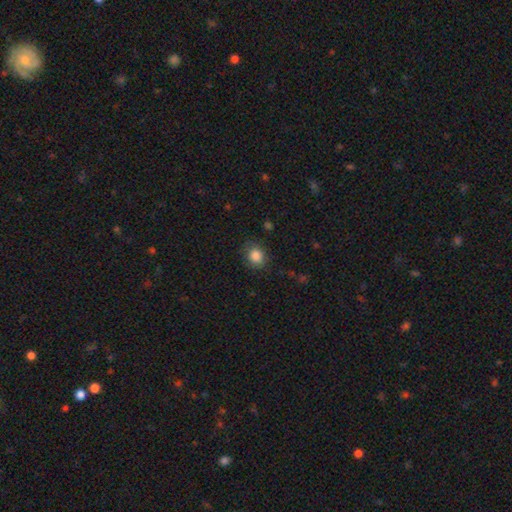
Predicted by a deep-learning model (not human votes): A smooth galaxy with no disk features (86%) that is round (69%).

Vote fractions:
- Smooth or featured? smooth: 86% / star or artifact: 9% / featured or disk: 5%
- How rounded? round: 69% / in between: 30% / cigar-shaped: 1%
- Merging? none: 79% / minor disturbance: 15% / major disturbance: 4% / merger: 1%